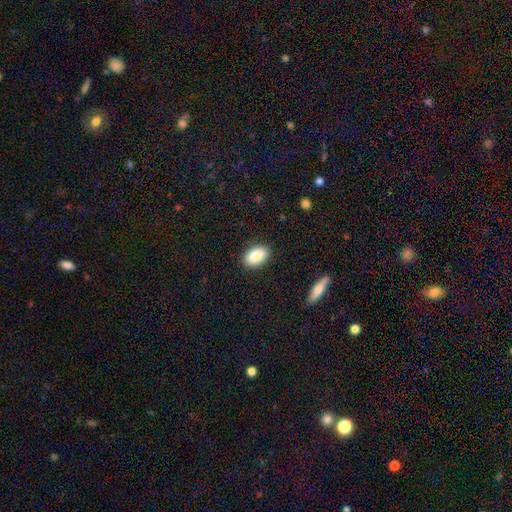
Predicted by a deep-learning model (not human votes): Smooth or featured?
  - smooth: 89% *
  - star or artifact: 7%
  - featured or disk: 5%
How rounded?
  - in between: 92% *
  - round: 7%
  - cigar-shaped: 1%
Merging?
  - none: 88% *
  - minor disturbance: 9%
  - major disturbance: 2%
  - merger: 1%